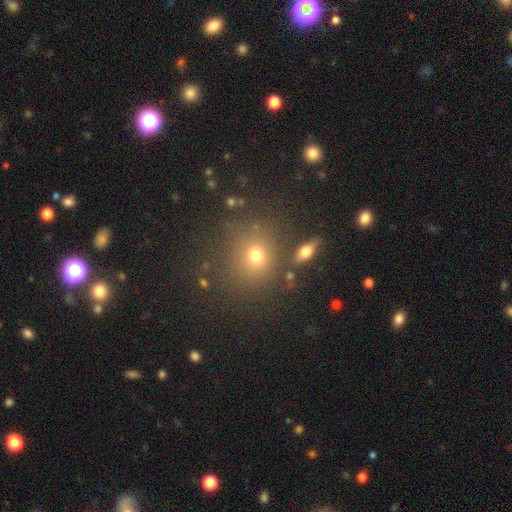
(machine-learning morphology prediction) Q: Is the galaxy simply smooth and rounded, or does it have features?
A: smooth — 70%.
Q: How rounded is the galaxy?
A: round — 76%.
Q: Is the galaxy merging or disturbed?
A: none — 77%.